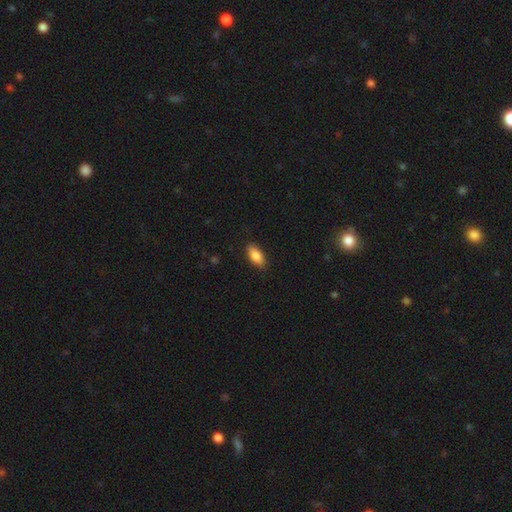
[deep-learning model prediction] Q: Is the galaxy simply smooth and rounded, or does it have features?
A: smooth — 86%.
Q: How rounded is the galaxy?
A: in between — 88%.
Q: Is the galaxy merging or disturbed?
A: none — 88%.